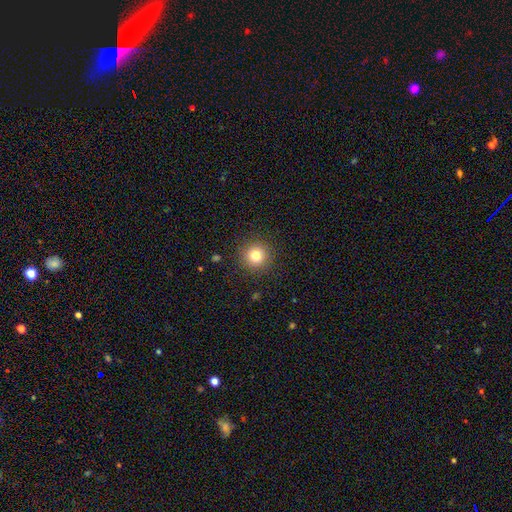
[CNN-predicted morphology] This is clearly a smooth galaxy (81%). How rounded: clearly round (95%). Merging: clearly none (90%).